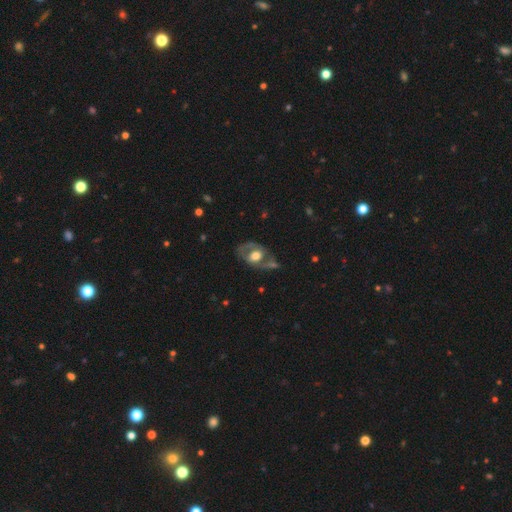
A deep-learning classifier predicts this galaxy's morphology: A featured or disk galaxy (58%) with no bar (69%), no spiral arms (59%) and a moderate central bulge (45%).

Vote fractions:
- Smooth or featured? featured or disk: 58% / smooth: 35% / star or artifact: 7%
- Edge-on disk? no: 92% / yes: 8%
- Bar? no: 69% / weak: 23% / strong: 8%
- Spiral arms? no: 59% / yes: 41%
- Bulge size? moderate: 45% / large: 43% / small: 6% / dominant: 4% / none: 2%
- Merging? none: 51% / minor disturbance: 22% / major disturbance: 17% / merger: 11%